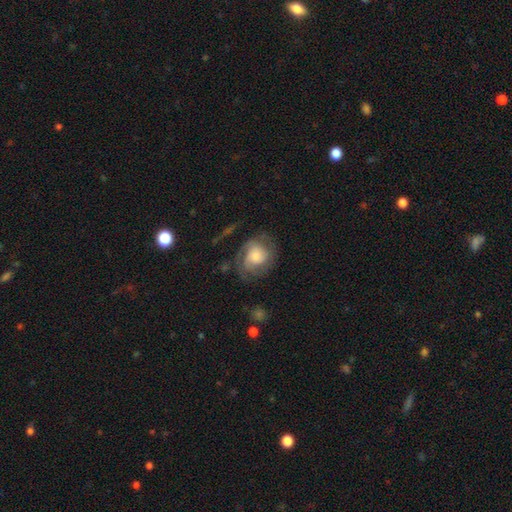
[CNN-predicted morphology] Smooth or featured? Predicted: featured or disk (p=0.62). Edge-on disk? Predicted: no (p=0.97). Bar? Predicted: no (p=0.72). Spiral arms? Predicted: yes (p=0.89). Spiral winding? Predicted: tight (p=0.47). Spiral arm count? Predicted: 2 (p=0.43). Bulge size? Predicted: large (p=0.35). Merging? Predicted: none (p=0.62).